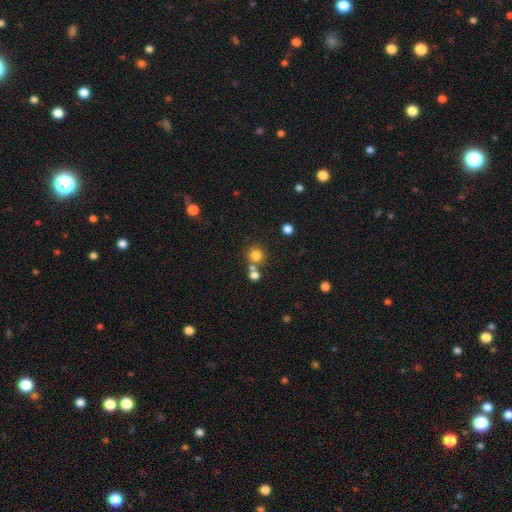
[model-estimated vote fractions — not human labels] Q: Smooth or featured?
A: smooth (79%); runner-up: star or artifact (14%)
Q: How rounded?
A: round (91%); runner-up: in between (8%)
Q: Merging?
A: none (65%); runner-up: merger (24%)